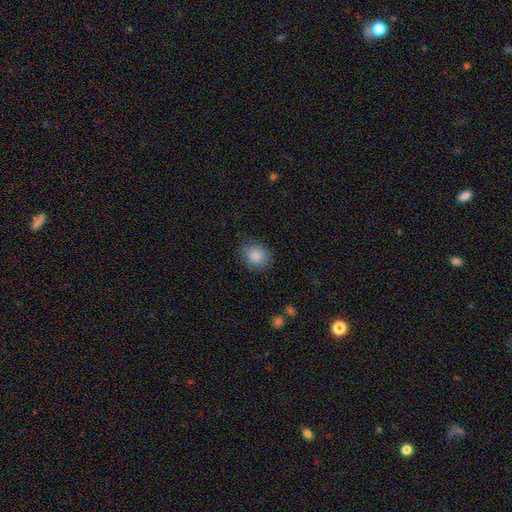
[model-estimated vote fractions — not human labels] Q: Smooth or featured?
A: smooth (87%); runner-up: star or artifact (8%)
Q: How rounded?
A: round (69%); runner-up: in between (30%)
Q: Merging?
A: none (81%); runner-up: minor disturbance (14%)